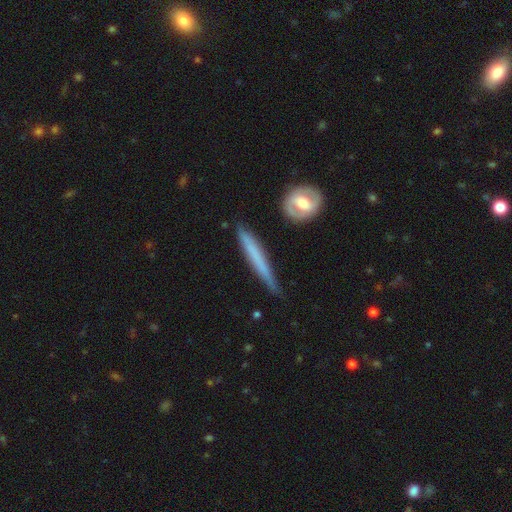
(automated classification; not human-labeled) Smooth or featured? Predicted: smooth (p=0.51). How rounded? Predicted: cigar-shaped (p=0.95). Merging? Predicted: none (p=0.79).